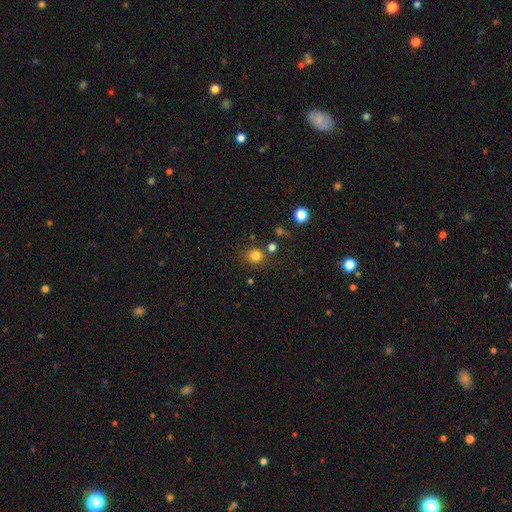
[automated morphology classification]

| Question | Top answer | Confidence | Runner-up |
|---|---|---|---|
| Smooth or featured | smooth | 81% | star or artifact (14%) |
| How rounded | round | 84% | in between (15%) |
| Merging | none | 77% | minor disturbance (11%) |